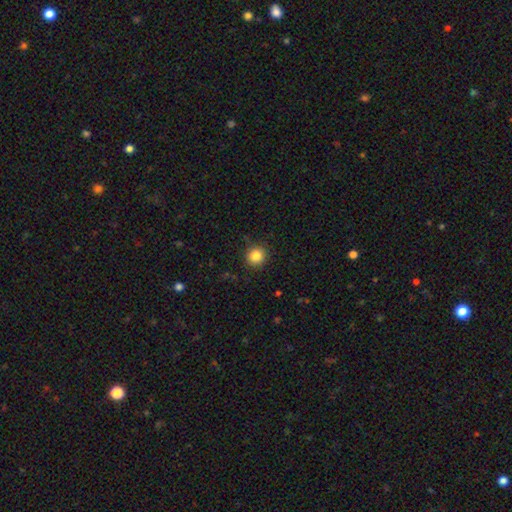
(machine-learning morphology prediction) smooth_or_featured: smooth (p=0.85) [alt: star or artifact p=0.11]
how_rounded: round (p=0.92) [alt: in between p=0.07]
merging: none (p=0.88) [alt: minor disturbance p=0.08]